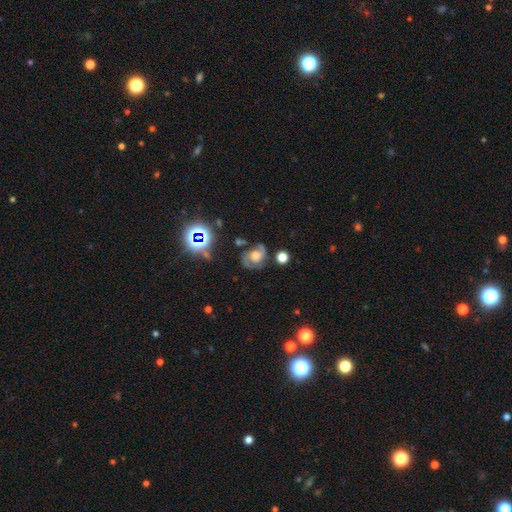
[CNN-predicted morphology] Q: Smooth or featured?
A: featured or disk (70%); runner-up: smooth (17%)
Q: Edge-on disk?
A: no (97%); runner-up: yes (3%)
Q: Bar?
A: no (65%); runner-up: weak (29%)
Q: Spiral arms?
A: yes (92%); runner-up: no (8%)
Q: Spiral winding?
A: medium (50%); runner-up: tight (31%)
Q: Spiral arm count?
A: 2 (82%); runner-up: can't tell (8%)
Q: Bulge size?
A: moderate (49%); runner-up: large (23%)
Q: Merging?
A: none (62%); runner-up: minor disturbance (21%)